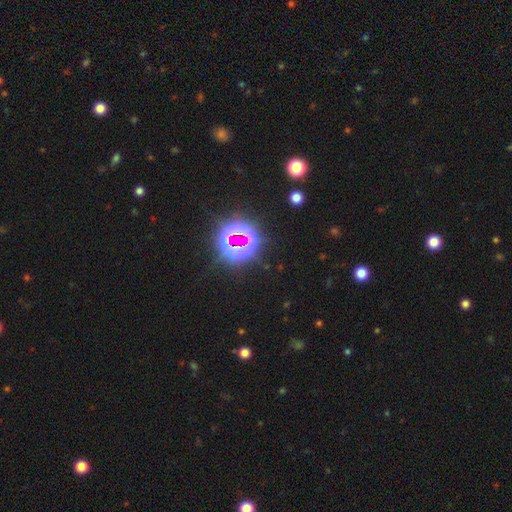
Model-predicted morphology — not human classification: A star or artifact, not a galaxy (76%).